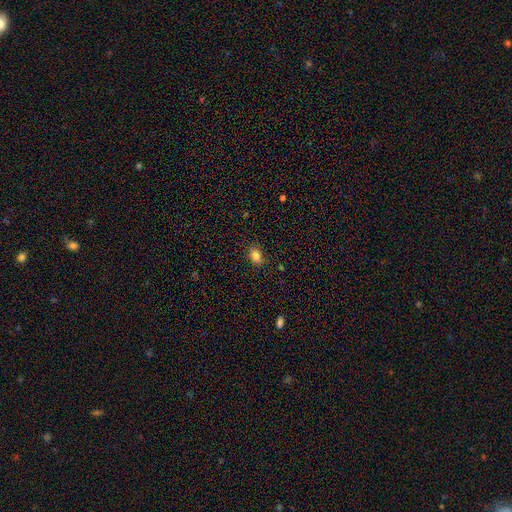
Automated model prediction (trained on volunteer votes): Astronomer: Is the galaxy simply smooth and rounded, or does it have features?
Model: smooth — 82%.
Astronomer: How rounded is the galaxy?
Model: in between — 75%.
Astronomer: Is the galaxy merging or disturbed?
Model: none — 83%.